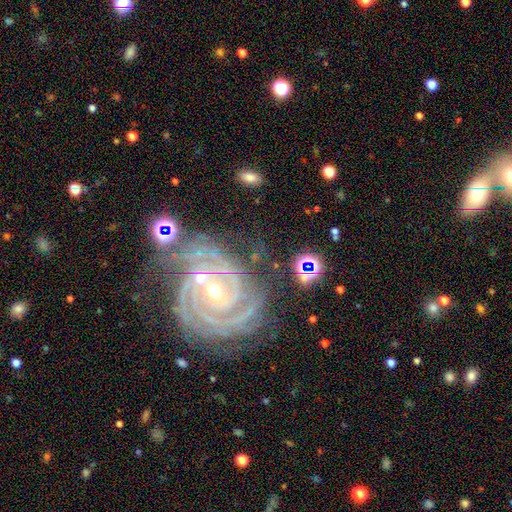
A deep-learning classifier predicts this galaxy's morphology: Smooth or featured: featured or disk — 79% (star or artifact — 12%)
Edge-on disk: no — 96% (yes — 4%)
Bar: no — 65% (weak — 21%)
Spiral arms: yes — 95% (no — 5%)
Spiral winding: tight — 78% (medium — 18%)
Spiral arm count: 2 — 27% (3 — 23%)
Bulge size: moderate — 65% (small — 27%)
Merging: none — 67% (minor disturbance — 16%)